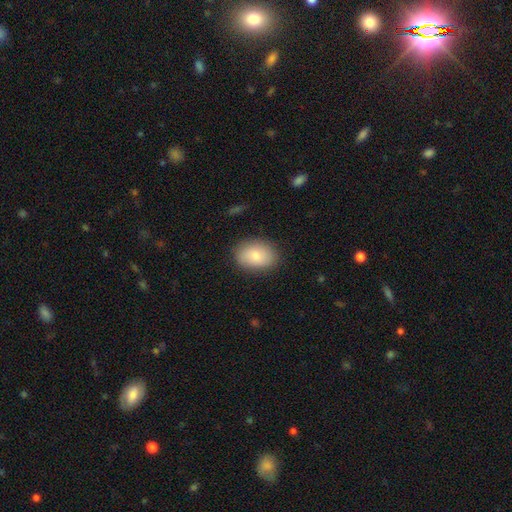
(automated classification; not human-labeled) smooth-or-featured: smooth: 80% | featured or disk: 12% | star or artifact: 7%
  how-rounded: in between: 77% | round: 22% | cigar-shaped: 1%
  merging: none: 85% | minor disturbance: 11% | major disturbance: 3% | merger: 1%